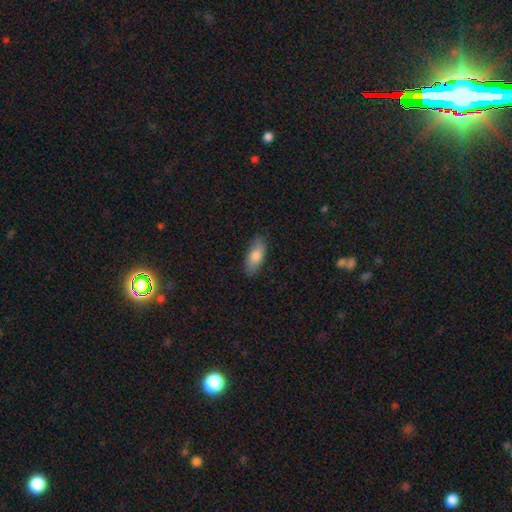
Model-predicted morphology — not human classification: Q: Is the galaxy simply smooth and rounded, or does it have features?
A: smooth — 80%.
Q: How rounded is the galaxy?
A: in between — 79%.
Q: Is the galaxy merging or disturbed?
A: none — 84%.